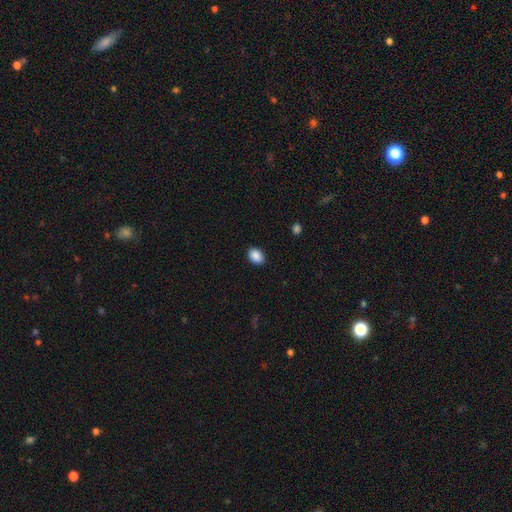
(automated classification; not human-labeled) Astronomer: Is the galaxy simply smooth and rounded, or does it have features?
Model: smooth — 89%.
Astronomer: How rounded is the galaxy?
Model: in between — 75%.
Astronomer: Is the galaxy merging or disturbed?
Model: none — 90%.